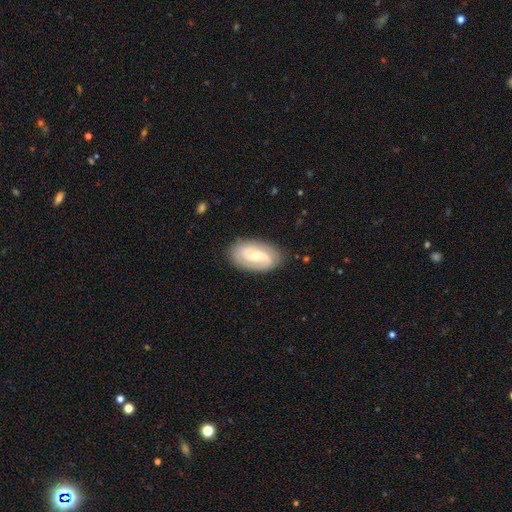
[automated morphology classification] smooth-or-featured: featured or disk: 75% | smooth: 20% | star or artifact: 5%
  disk-edge-on: no: 96% | yes: 4%
    bar: weak: 45% | no: 40% | strong: 15%
    has-spiral-arms: yes: 93% | no: 7%
      spiral-winding: medium: 43% | loose: 29% | tight: 28%
      spiral-arm-count: 2: 83% | can't tell: 8% | 1: 4% | 3: 3% | 4: 1% | more than 4: 1%
    bulge-size: small: 49% | moderate: 45% | large: 3% | none: 2% | dominant: 1%
  merging: none: 83% | minor disturbance: 12% | major disturbance: 3% | merger: 1%